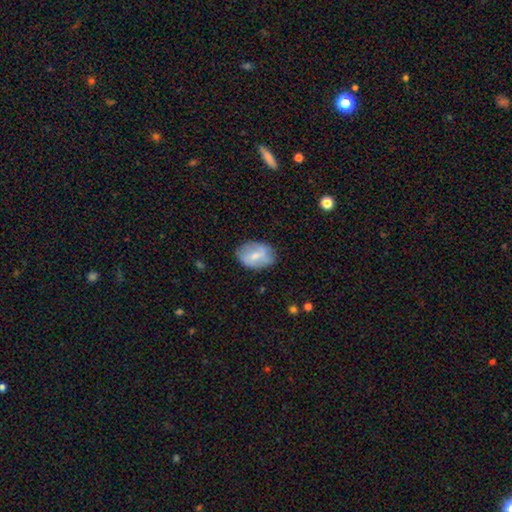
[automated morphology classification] Q: Smooth or featured?
A: smooth (58%); runner-up: featured or disk (35%)
Q: How rounded?
A: in between (79%); runner-up: round (19%)
Q: Merging?
A: none (72%); runner-up: minor disturbance (21%)